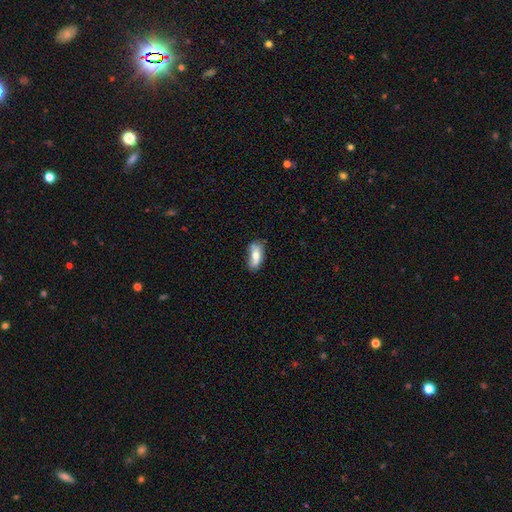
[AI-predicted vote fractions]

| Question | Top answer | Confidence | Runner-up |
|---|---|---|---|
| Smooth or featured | smooth | 69% | featured or disk (24%) |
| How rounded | in between | 82% | cigar-shaped (15%) |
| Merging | none | 66% | minor disturbance (25%) |